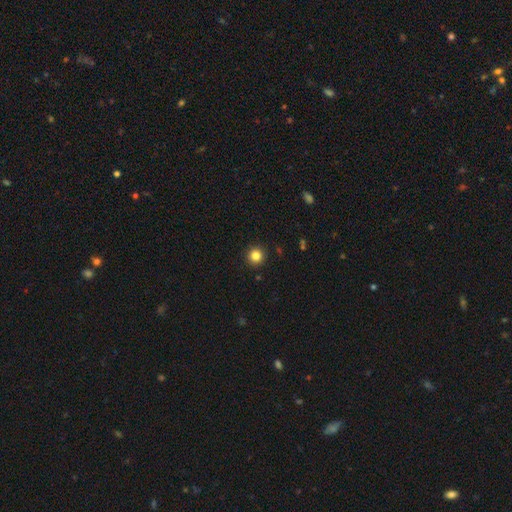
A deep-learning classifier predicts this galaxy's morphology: smooth_or_featured: smooth (p=0.84) [alt: star or artifact p=0.12]
how_rounded: round (p=0.95) [alt: in between p=0.04]
merging: none (p=0.92) [alt: minor disturbance p=0.05]